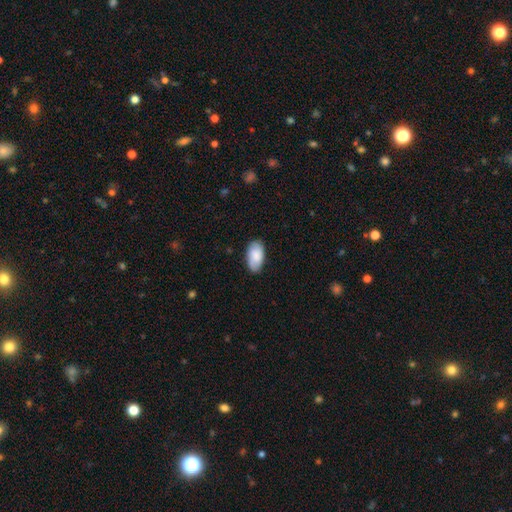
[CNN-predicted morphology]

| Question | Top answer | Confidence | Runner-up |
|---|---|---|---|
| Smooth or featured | smooth | 82% | featured or disk (12%) |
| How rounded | in between | 95% | round (3%) |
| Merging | none | 81% | minor disturbance (15%) |